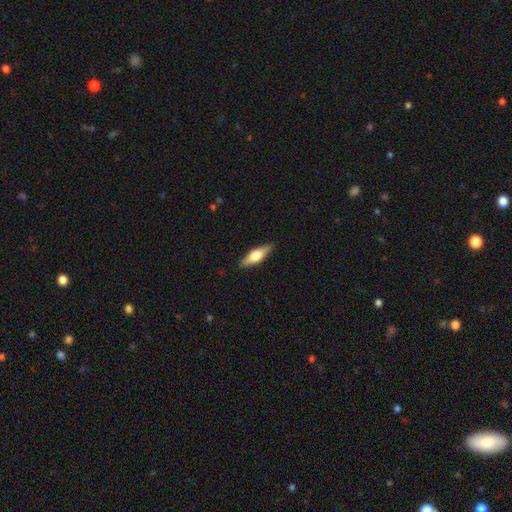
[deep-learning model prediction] A featured or disk galaxy (47%, tied with smooth).

Vote fractions:
- Smooth or featured? featured or disk: 47% (tied) / smooth: 47% (tied) / star or artifact: 6%
- Merging? none: 89% / minor disturbance: 8% / major disturbance: 2% / merger: 1%